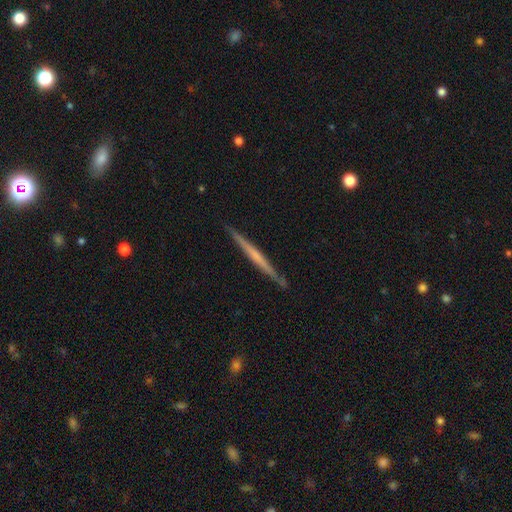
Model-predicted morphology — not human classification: Smooth or featured: featured or disk — 62% (smooth — 33%)
Edge-on disk: yes — 98% (no — 2%)
Edge-on bulge: none — 72% (rounded — 18%)
Merging: none — 90% (minor disturbance — 8%)